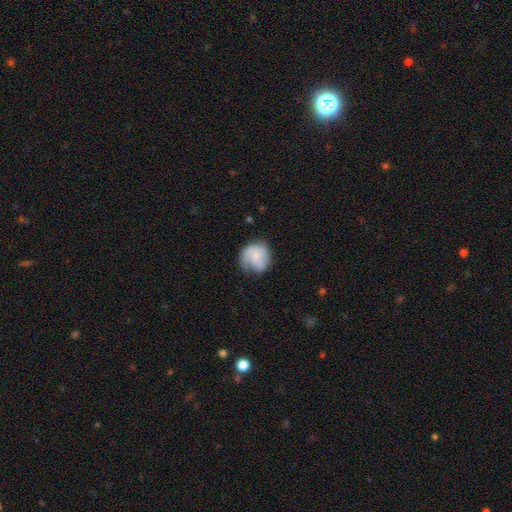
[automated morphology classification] type=smooth (49%); merging=none (58%).